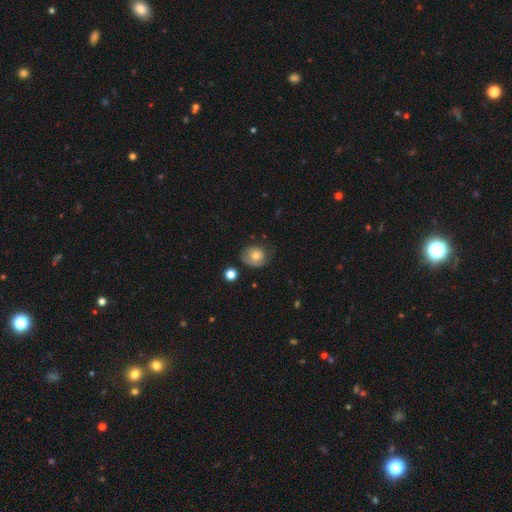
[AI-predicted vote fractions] This appears to be a smooth galaxy with no disk features (63%) that is round (59%). Merging: none (57%).